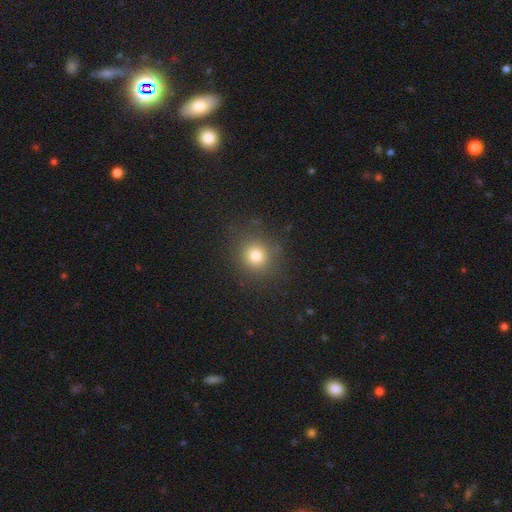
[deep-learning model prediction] Smooth or featured? smooth (78%)
How rounded? round (87%)
Merging? none (86%)